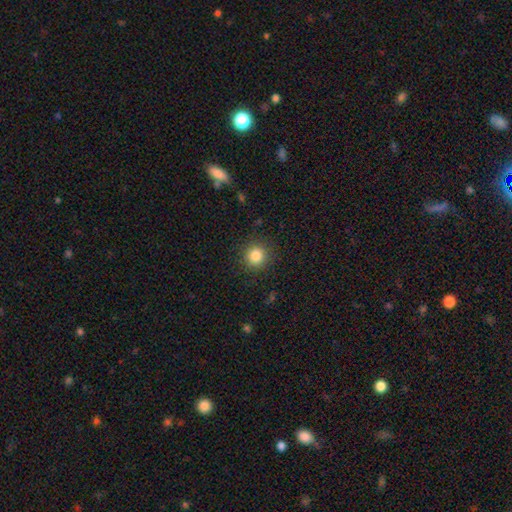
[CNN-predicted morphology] Q: Smooth or featured?
A: smooth (84%); runner-up: star or artifact (11%)
Q: How rounded?
A: round (92%); runner-up: in between (8%)
Q: Merging?
A: none (89%); runner-up: minor disturbance (7%)